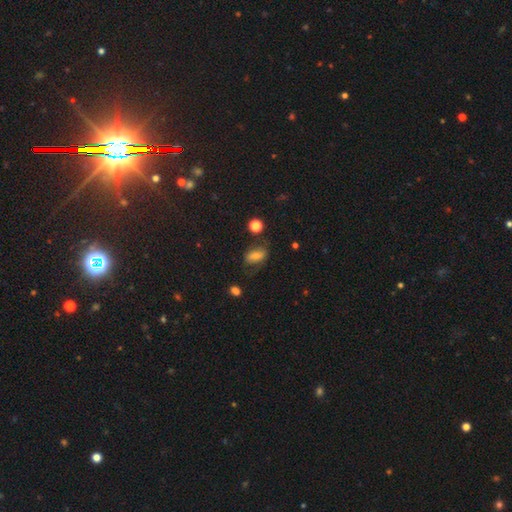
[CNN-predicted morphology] Smooth or featured? Predicted: smooth (p=0.63). How rounded? Predicted: in between (p=0.83). Merging? Predicted: none (p=0.63).